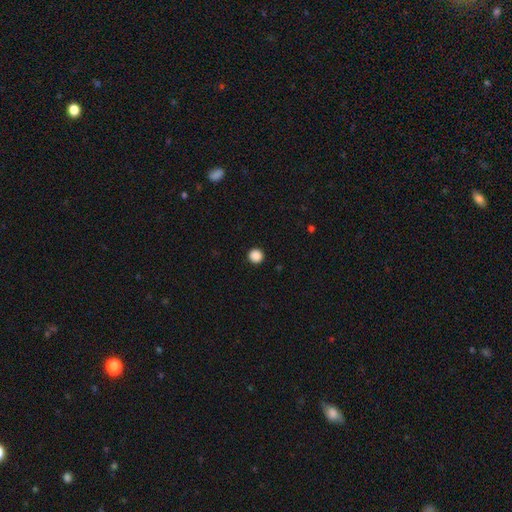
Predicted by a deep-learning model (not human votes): Overall: smooth (88%). How rounded: round (96%). Merging: none (94%).